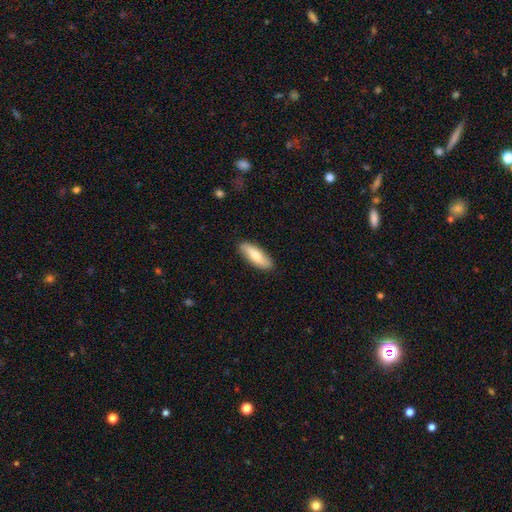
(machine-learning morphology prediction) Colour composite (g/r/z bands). It shows a smooth galaxy with no disk features (68%) that is in between round and cigar-shaped (55%). Merging: none (87%).